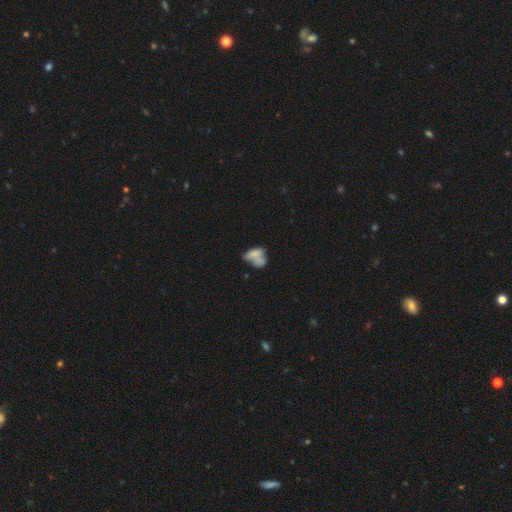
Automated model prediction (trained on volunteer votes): Morphology: type=smooth (63%); roundness=in between (73%); merging=merger (39%).